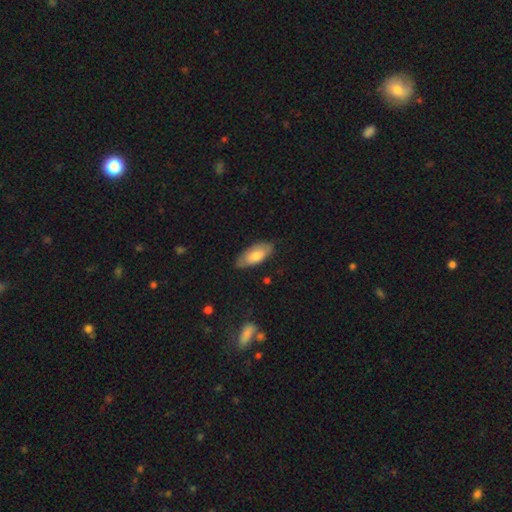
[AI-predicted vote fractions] smooth_or_featured: smooth (p=0.71) [alt: featured or disk p=0.24]
how_rounded: in between (p=0.87) [alt: cigar-shaped p=0.11]
merging: none (p=0.77) [alt: minor disturbance p=0.19]